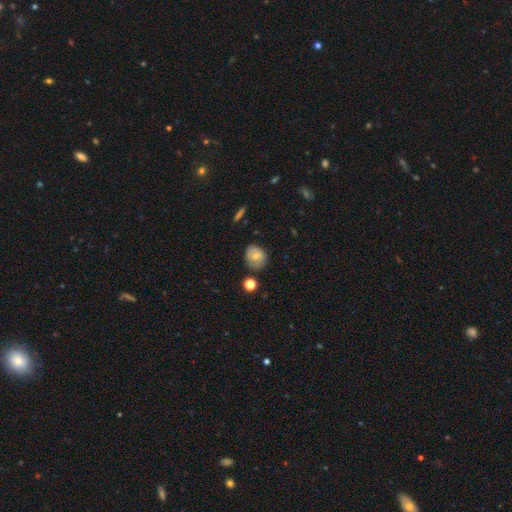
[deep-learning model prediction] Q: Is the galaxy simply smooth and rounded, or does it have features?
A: smooth — 64%.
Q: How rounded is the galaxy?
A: round — 67%.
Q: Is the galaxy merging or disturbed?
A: none — 72%.